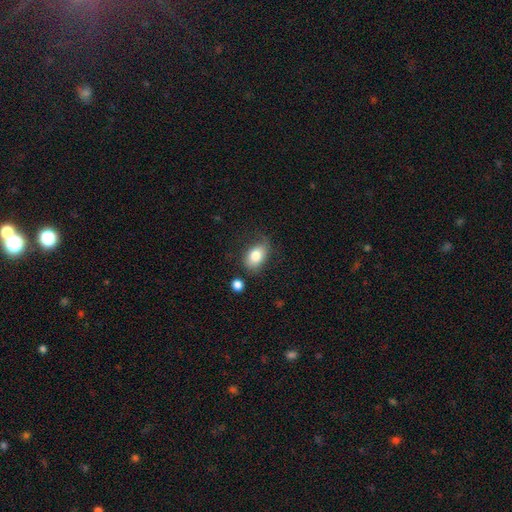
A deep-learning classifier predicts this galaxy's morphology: This is clearly a smooth galaxy (80%). How rounded: clearly in between (83%). Merging: likely none (63%).